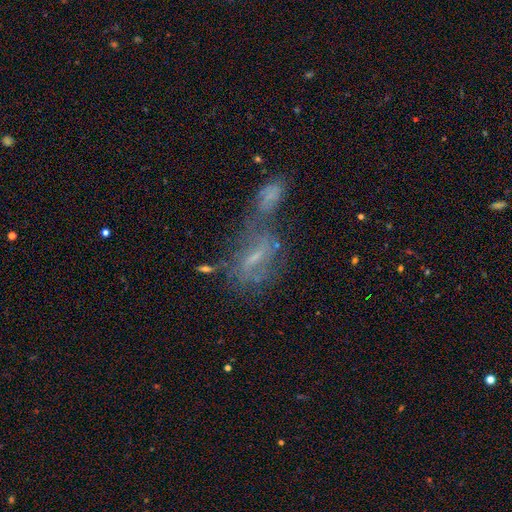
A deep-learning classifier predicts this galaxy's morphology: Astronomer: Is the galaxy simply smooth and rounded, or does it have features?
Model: featured or disk — 59%.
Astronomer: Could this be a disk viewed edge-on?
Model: no — 90%.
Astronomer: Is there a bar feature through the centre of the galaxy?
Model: weak — 45% (runner-up: strong, 29%).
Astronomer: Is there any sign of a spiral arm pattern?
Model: yes — 61% (runner-up: no, 39%).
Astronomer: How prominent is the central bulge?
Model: small — 58%.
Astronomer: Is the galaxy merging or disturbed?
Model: merger — 47% (runner-up: none, 29%).